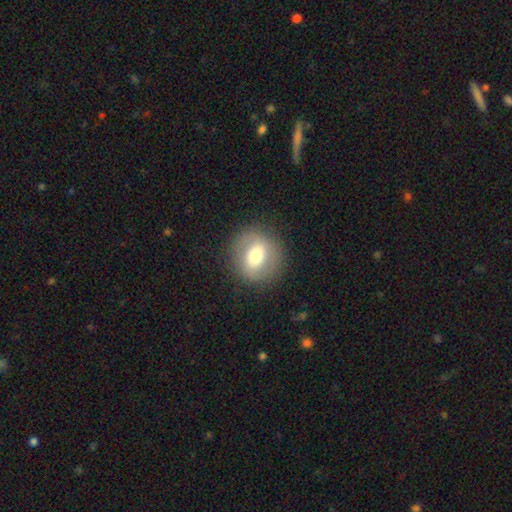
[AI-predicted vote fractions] Overall: smooth (58%; featured or disk 33%). How rounded: round (82%). Merging: none (86%).